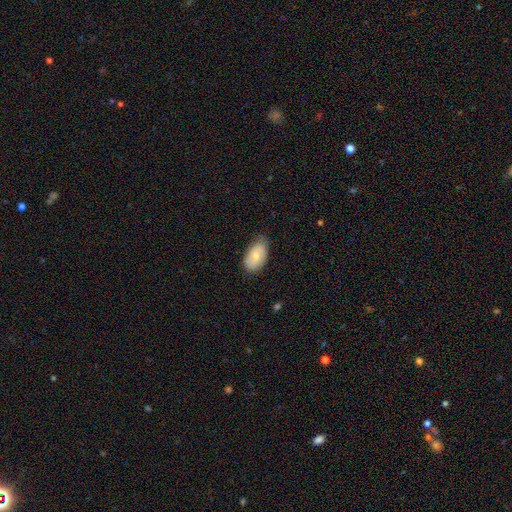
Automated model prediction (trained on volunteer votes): A smooth galaxy with no disk features (73%) that is in between round and cigar-shaped (94%). Merging: none (68%).